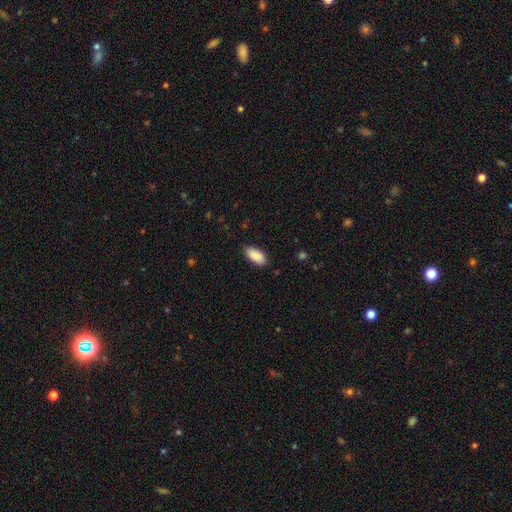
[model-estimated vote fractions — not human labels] This appears to be a smooth galaxy with no disk features (90%) that is in between round and cigar-shaped (93%). Merging: none (84%).